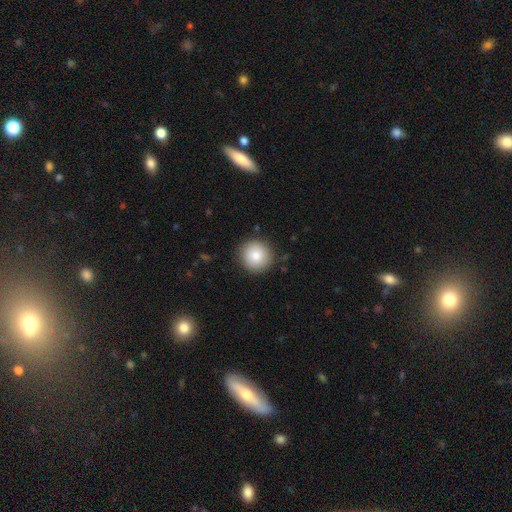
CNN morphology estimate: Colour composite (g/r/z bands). It shows a smooth galaxy with no disk features (84%) that is round (95%). Merging: none (90%).